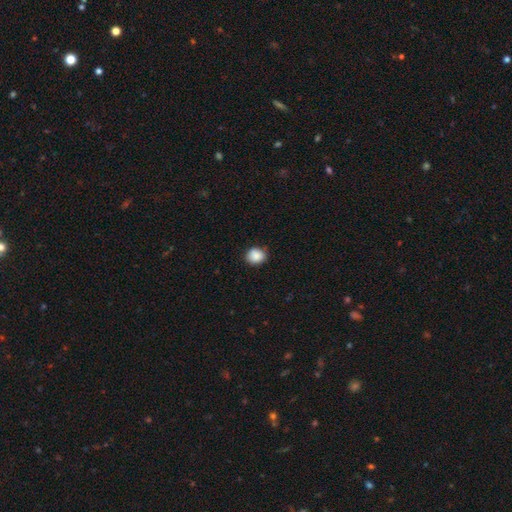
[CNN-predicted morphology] Smooth or featured? Predicted: smooth (p=0.88). How rounded? Predicted: round (p=0.66). Merging? Predicted: none (p=0.79).